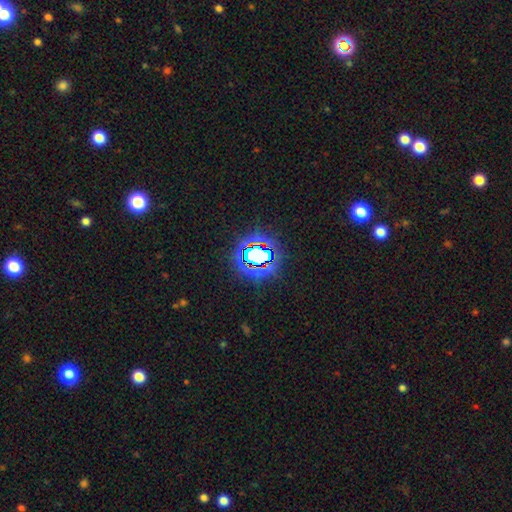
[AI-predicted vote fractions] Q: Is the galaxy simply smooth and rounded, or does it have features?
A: star or artifact — 68%.